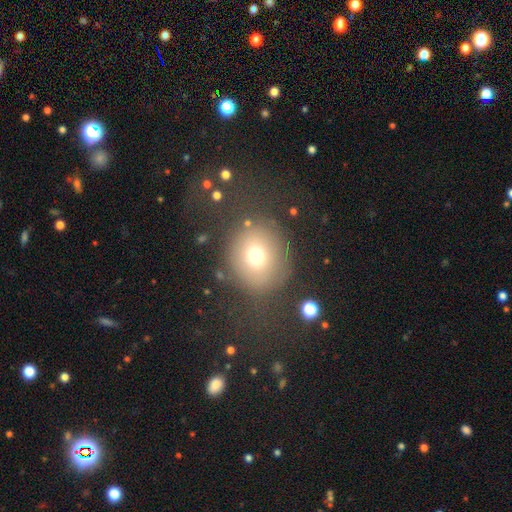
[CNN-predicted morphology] Q: Smooth or featured?
A: smooth (71%); runner-up: star or artifact (16%)
Q: How rounded?
A: round (78%); runner-up: in between (21%)
Q: Merging?
A: none (70%); runner-up: minor disturbance (14%)